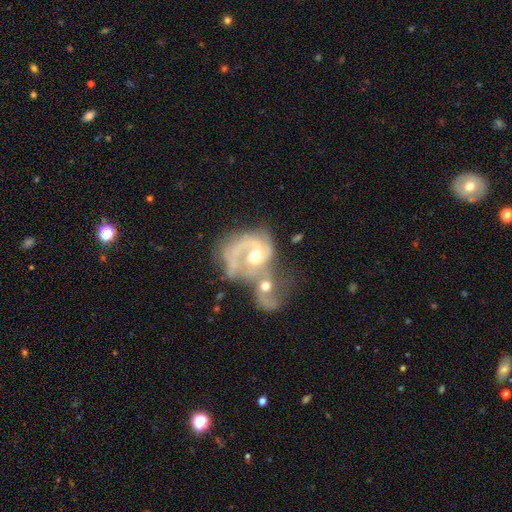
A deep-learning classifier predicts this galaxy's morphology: This appears to be a featured or disk galaxy (76%) with no bar (70%), 2 (36%) medium (39%) spiral arms (74%) and a moderate central bulge (73%). Merging: merger (75%).